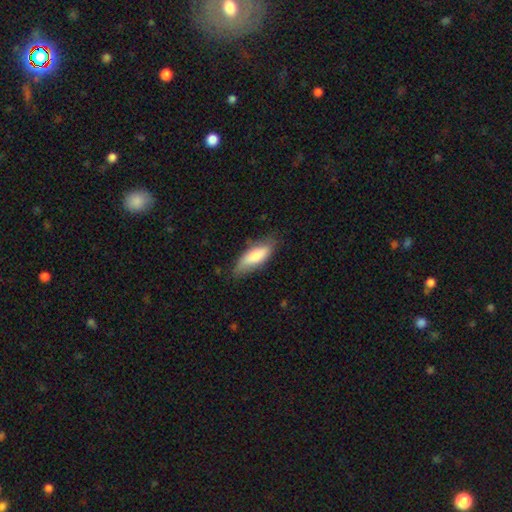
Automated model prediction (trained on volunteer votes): This is likely a smooth galaxy (74%). How rounded: likely in between (66%). Merging: likely none (69%).